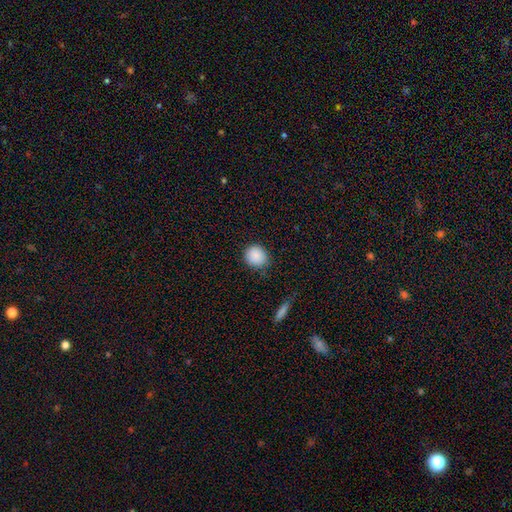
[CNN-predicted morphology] Smooth or featured?
  - smooth: 87% *
  - star or artifact: 8%
  - featured or disk: 4%
How rounded?
  - round: 85% *
  - in between: 14%
  - cigar-shaped: 1%
Merging?
  - none: 82% *
  - minor disturbance: 13%
  - major disturbance: 3%
  - merger: 2%